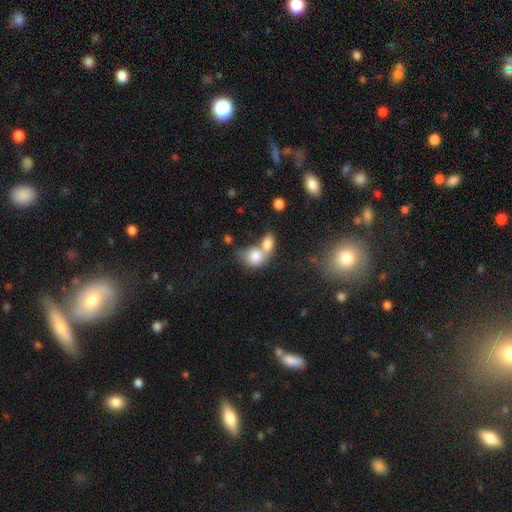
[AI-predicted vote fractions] This is likely a smooth galaxy (78%). How rounded: possibly in between (51%). Merging: likely merger (71%).